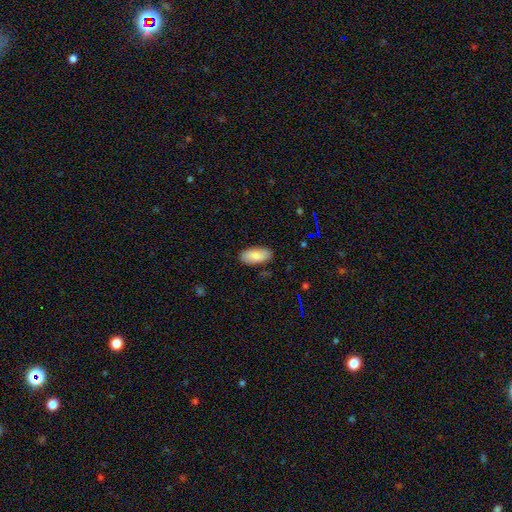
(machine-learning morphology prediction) Smooth or featured: smooth — 84% (featured or disk — 10%)
How rounded: in between — 91% (cigar-shaped — 7%)
Merging: none — 87% (minor disturbance — 10%)